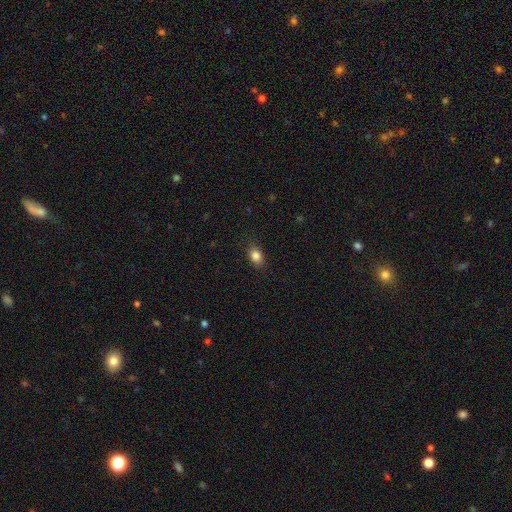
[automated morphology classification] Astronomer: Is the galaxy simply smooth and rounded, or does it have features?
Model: smooth — 84%.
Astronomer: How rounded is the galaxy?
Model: in between — 71%.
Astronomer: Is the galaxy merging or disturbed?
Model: none — 84%.